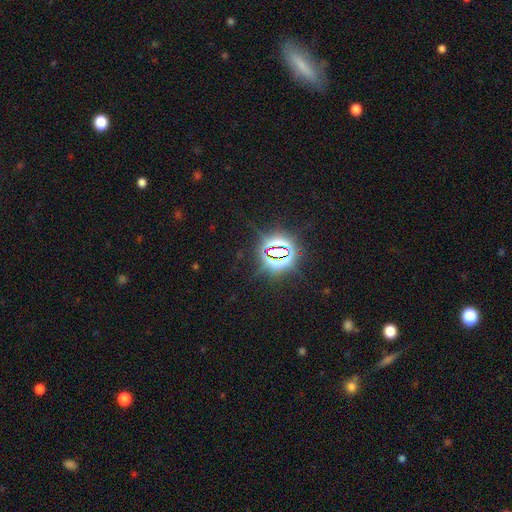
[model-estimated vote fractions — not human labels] Smooth or featured: star or artifact — 81% (smooth — 12%)